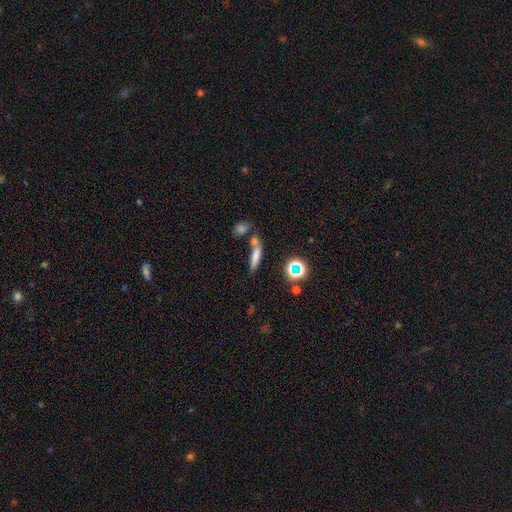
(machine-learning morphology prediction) smooth 68%, star or artifact 17%, featured or disk 15%. Down the decision tree: how rounded — cigar-shaped (66%); merging — none (52%).